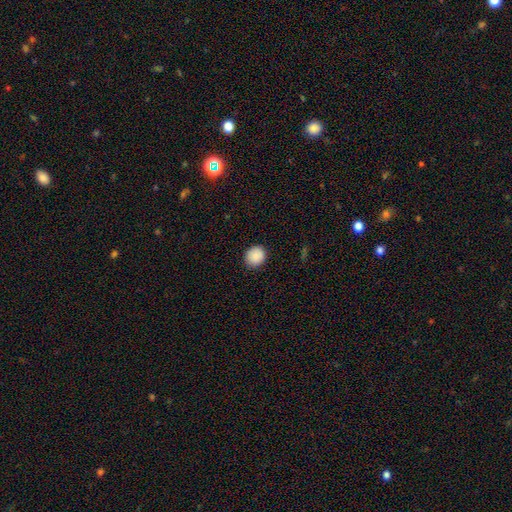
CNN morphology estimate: Overall: smooth (89%). How rounded: round (82%). Merging: none (89%).